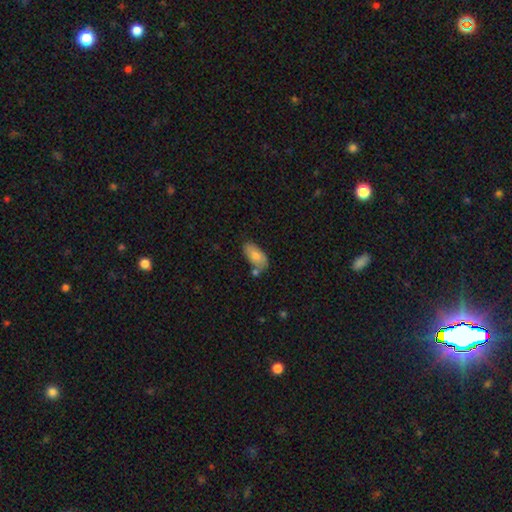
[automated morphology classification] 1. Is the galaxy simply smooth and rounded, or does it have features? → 75% smooth, 18% featured or disk, 7% star or artifact.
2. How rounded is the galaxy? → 92% in between, 4% cigar-shaped, 4% round.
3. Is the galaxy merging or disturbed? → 62% none, 20% minor disturbance, 14% merger, 4% major disturbance.